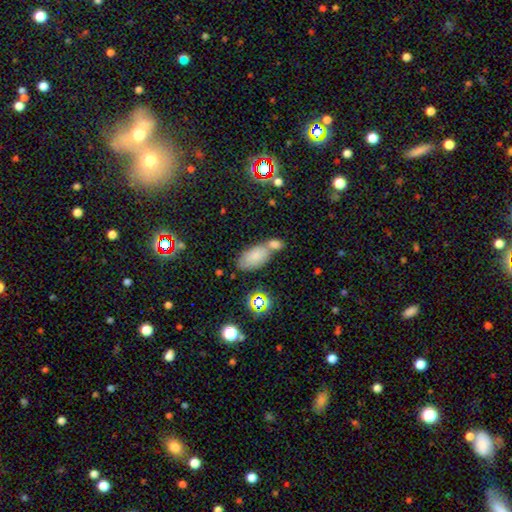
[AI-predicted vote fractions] A smooth galaxy with no disk features (74%) that is in between round and cigar-shaped (92%).

Vote fractions:
- Smooth or featured? smooth: 74% / star or artifact: 13% / featured or disk: 13%
- How rounded? in between: 92% / round: 4% / cigar-shaped: 3%
- Merging? none: 42% / merger: 38% / minor disturbance: 14% / major disturbance: 5%